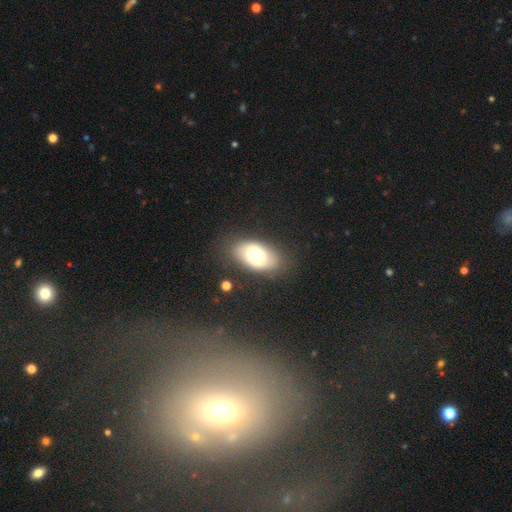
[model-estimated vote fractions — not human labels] The model was most divided on "smooth or featured": smooth: 71%, featured or disk: 21%, star or artifact: 8%. More confident: how rounded — in between (91%); merging — none (81%).